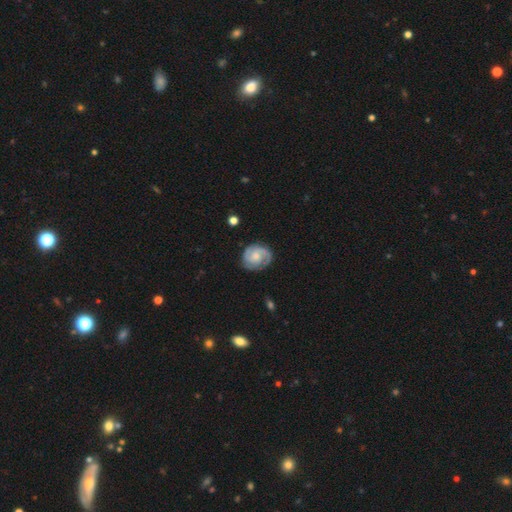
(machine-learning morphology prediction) Q: Smooth or featured?
A: featured or disk (80%); runner-up: smooth (15%)
Q: Edge-on disk?
A: no (98%); runner-up: yes (2%)
Q: Bar?
A: no (66%); runner-up: weak (29%)
Q: Spiral arms?
A: yes (96%); runner-up: no (4%)
Q: Spiral winding?
A: tight (56%); runner-up: medium (35%)
Q: Spiral arm count?
A: 2 (63%); runner-up: 3 (17%)
Q: Bulge size?
A: small (45%); runner-up: moderate (38%)
Q: Merging?
A: none (78%); runner-up: minor disturbance (16%)